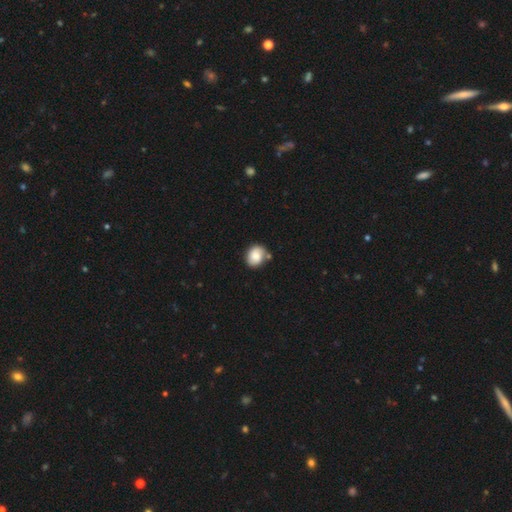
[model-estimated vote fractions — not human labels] A smooth galaxy with no disk features (79%) that is round (59%). Merging: none (69%).